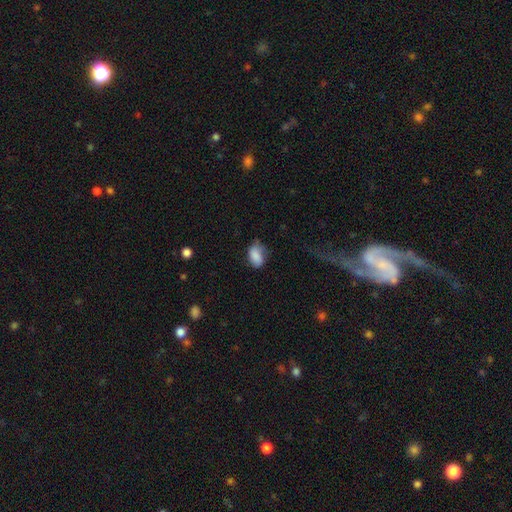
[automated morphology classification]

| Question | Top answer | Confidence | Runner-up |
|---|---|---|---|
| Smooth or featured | smooth | 84% | featured or disk (8%) |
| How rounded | in between | 87% | round (12%) |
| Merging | none | 54% | minor disturbance (33%) |